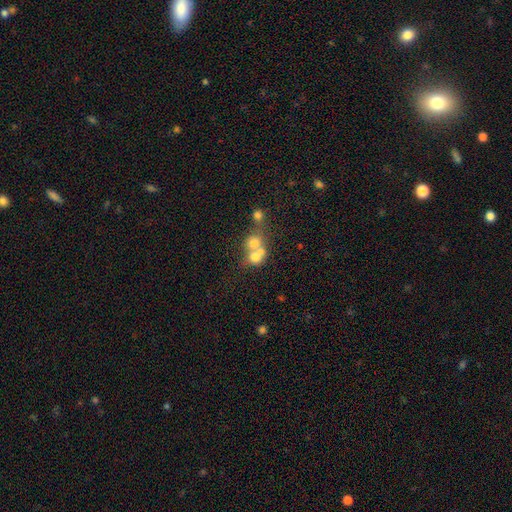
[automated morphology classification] Smooth or featured?
  - smooth: 64% *
  - featured or disk: 22%
  - star or artifact: 14%
How rounded?
  - round: 78% *
  - in between: 20%
  - cigar-shaped: 1%
Merging?
  - merger: 62% *
  - none: 28%
  - minor disturbance: 6%
  - major disturbance: 5%